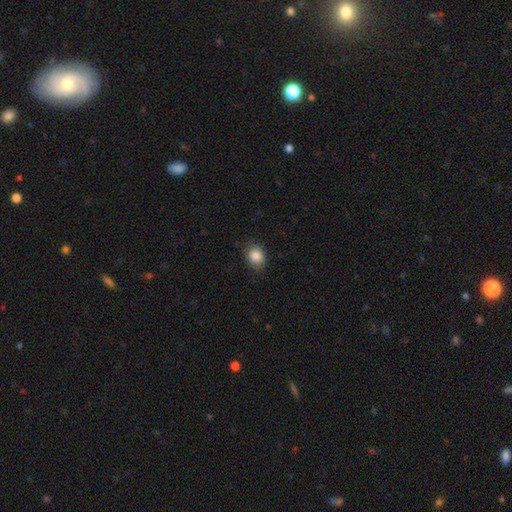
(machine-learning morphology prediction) This is clearly a smooth galaxy (87%). How rounded: possibly in between (56%). Merging: likely none (79%).